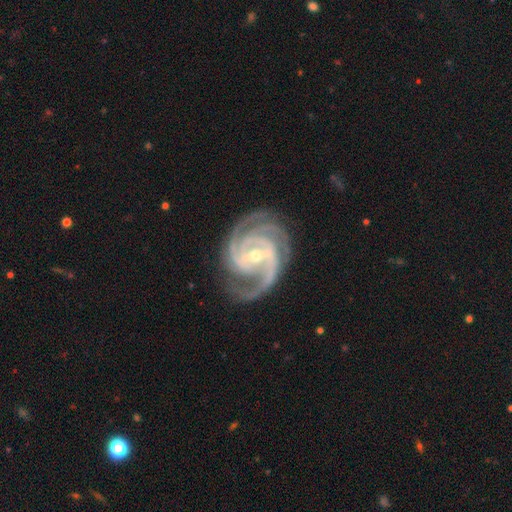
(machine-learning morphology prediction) smooth-or-featured: featured or disk: 94% | star or artifact: 4% | smooth: 2%
  disk-edge-on: no: 98% | yes: 2%
    bar: strong: 49% | weak: 38% | no: 13%
    has-spiral-arms: yes: 99% | no: 1%
      spiral-winding: tight: 52% | medium: 42% | loose: 6%
      spiral-arm-count: 3: 45% | 4: 20% | 2: 17% | can't tell: 7% | more than 4: 5% | 1: 5%
    bulge-size: small: 58% | moderate: 39% | large: 1% | none: 1% | dominant: 1%
  merging: none: 76% | minor disturbance: 15% | major disturbance: 7% | merger: 1%